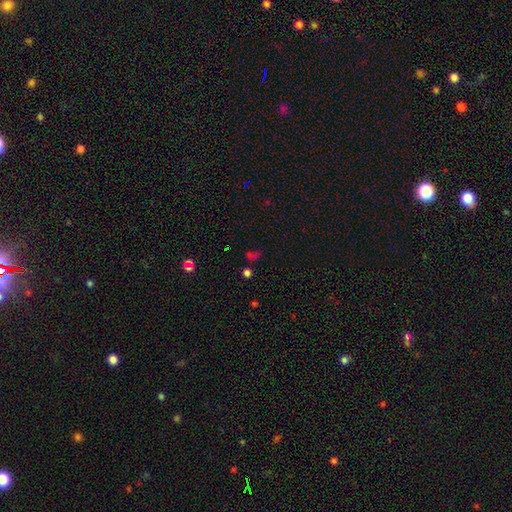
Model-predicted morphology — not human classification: type=star or artifact (46%).